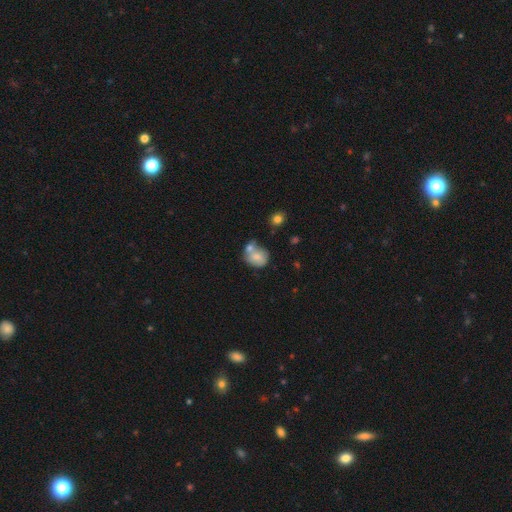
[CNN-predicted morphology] smooth-or-featured: smooth: 68% | featured or disk: 23% | star or artifact: 9%
  how-rounded: round: 58% | in between: 40% | cigar-shaped: 1%
  merging: merger: 46% | none: 33% | minor disturbance: 16% | major disturbance: 6%